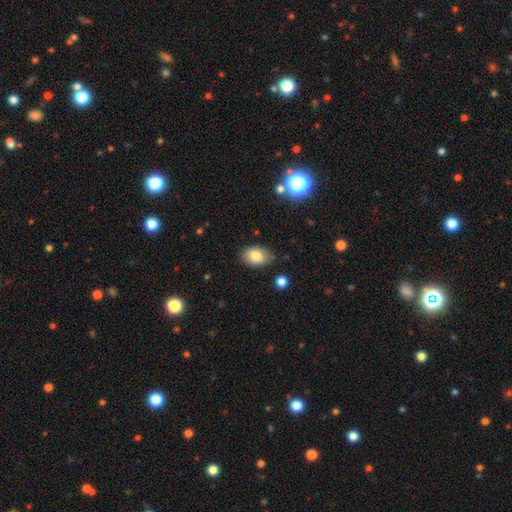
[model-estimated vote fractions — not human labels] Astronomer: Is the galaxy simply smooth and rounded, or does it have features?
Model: smooth — 82%.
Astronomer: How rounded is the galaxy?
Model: in between — 88%.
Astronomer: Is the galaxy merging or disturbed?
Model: none — 81%.